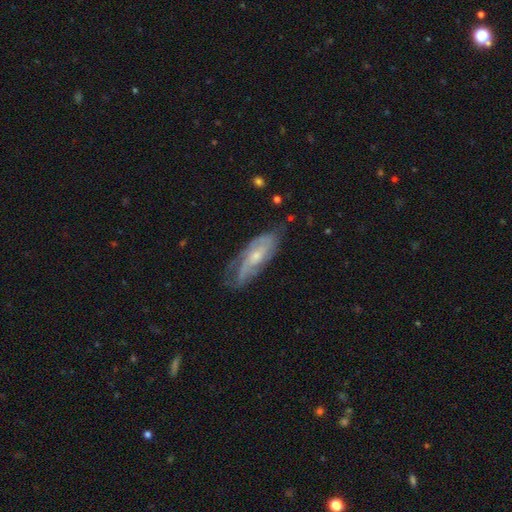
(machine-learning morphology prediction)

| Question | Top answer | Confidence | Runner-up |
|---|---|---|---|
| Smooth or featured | featured or disk | 75% | smooth (18%) |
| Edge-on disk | no | 88% | yes (12%) |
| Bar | no | 66% | weak (28%) |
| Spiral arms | yes | 91% | no (9%) |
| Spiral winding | tight | 45% | medium (40%) |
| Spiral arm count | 2 | 40% | can't tell (34%) |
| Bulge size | small | 60% | moderate (34%) |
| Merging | none | 62% | minor disturbance (26%) |